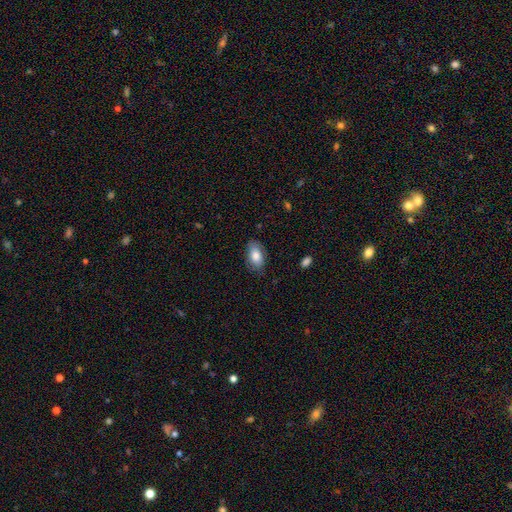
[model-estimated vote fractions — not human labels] Smooth or featured? Predicted: smooth (p=0.81). How rounded? Predicted: in between (p=0.92). Merging? Predicted: none (p=0.78).